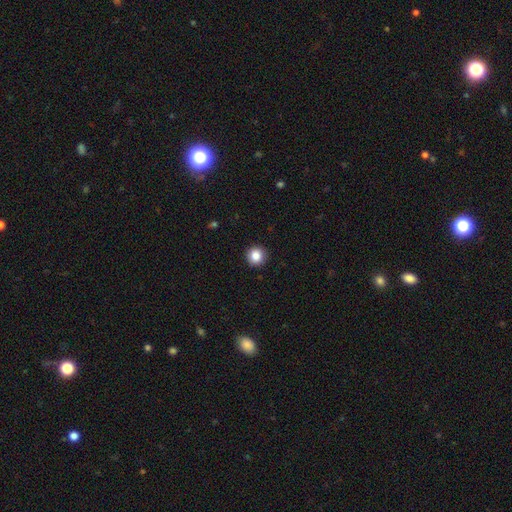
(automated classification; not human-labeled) Smooth or featured? Predicted: smooth (p=0.85). How rounded? Predicted: round (p=0.95). Merging? Predicted: none (p=0.93).